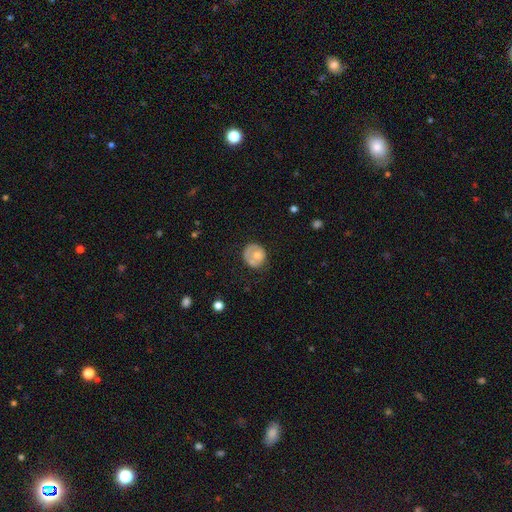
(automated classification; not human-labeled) smooth_or_featured: smooth (p=0.59) [alt: featured or disk p=0.34]
how_rounded: round (p=0.78) [alt: in between p=0.21]
merging: none (p=0.60) [alt: minor disturbance p=0.23]